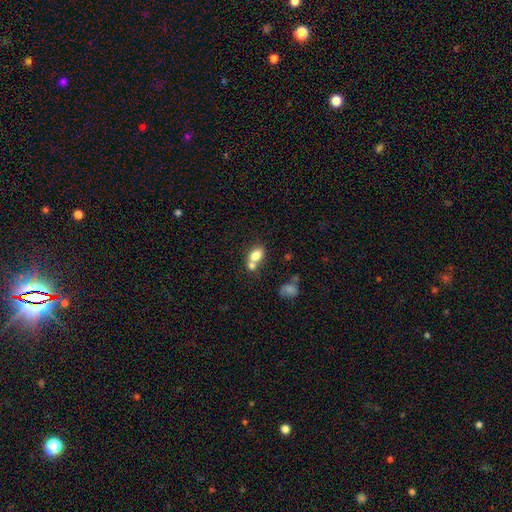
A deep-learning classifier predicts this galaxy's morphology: smooth_or_featured: smooth (p=0.78) [alt: featured or disk p=0.13]
how_rounded: in between (p=0.76) [alt: round p=0.22]
merging: merger (p=0.48) [alt: none p=0.37]